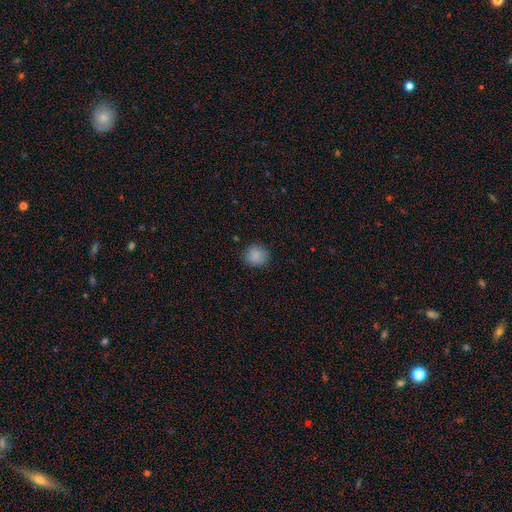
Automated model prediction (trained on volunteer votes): smooth 86%, star or artifact 9%, featured or disk 4%. Down the decision tree: how rounded — round (80%); merging — none (84%).